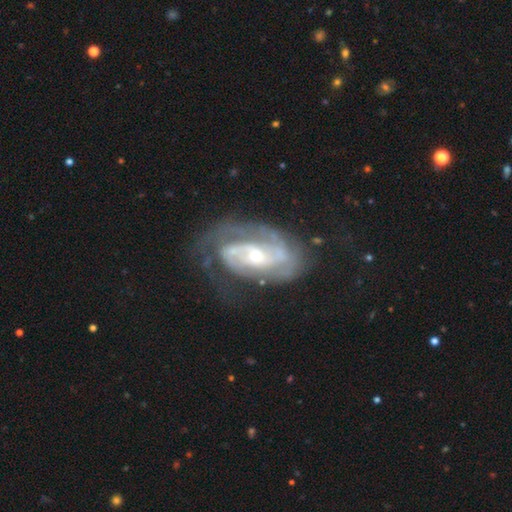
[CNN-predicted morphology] The model was most divided on "spiral winding": tight: 51%, medium: 38%, loose: 11%. More confident: edge-on disk — no (96%); spiral arms — yes (94%); smooth or featured — featured or disk (87%); bulge size — small (64%); merging — none (56%); bar — no (54%); spiral arm count — 2 (51%).